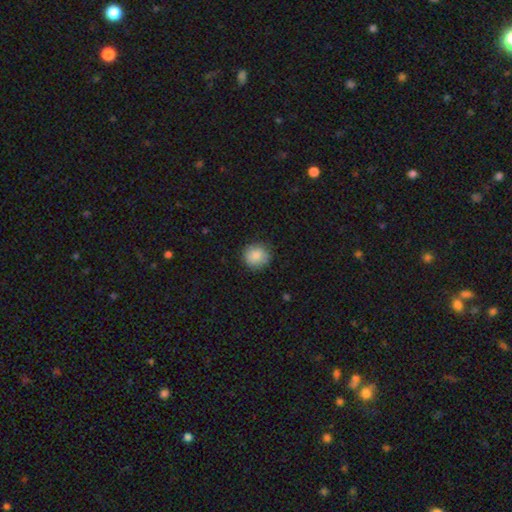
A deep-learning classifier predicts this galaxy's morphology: Smooth or featured: smooth — 87% (star or artifact — 8%)
How rounded: round — 91% (in between — 8%)
Merging: none — 87% (minor disturbance — 10%)